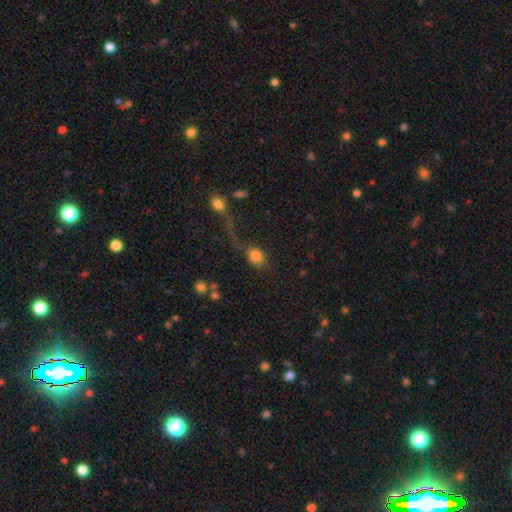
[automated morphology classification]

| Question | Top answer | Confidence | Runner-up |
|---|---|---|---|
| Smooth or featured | smooth | 76% | featured or disk (13%) |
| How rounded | in between | 55% | round (41%) |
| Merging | major disturbance | 34% | none (31%) |